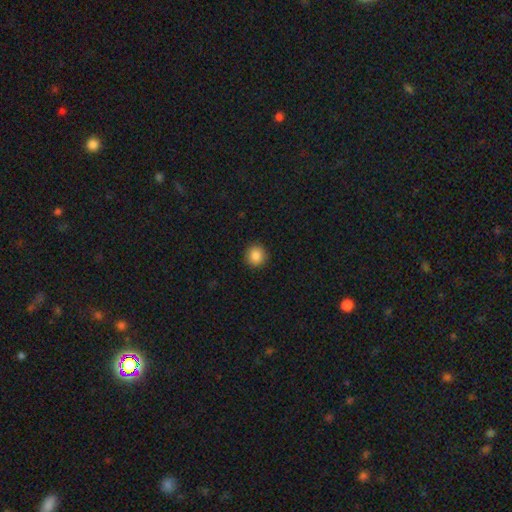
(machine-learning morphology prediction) The model was most divided on "smooth or featured": smooth: 87%, star or artifact: 9%, featured or disk: 4%. More confident: how rounded — round (93%); merging — none (92%).